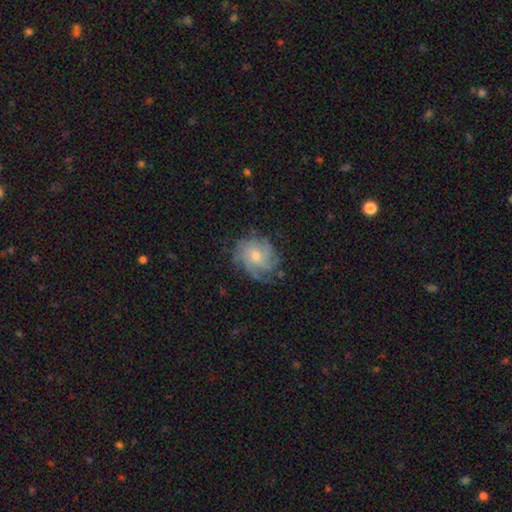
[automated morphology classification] smooth_or_featured: featured or disk (p=0.74) [alt: smooth p=0.16]
disk_edge_on: no (p=0.97) [alt: yes p=0.03]
bar: no (p=0.73) [alt: weak p=0.24]
has_spiral_arms: yes (p=0.94) [alt: no p=0.06]
spiral_winding: tight (p=0.54) [alt: medium p=0.34]
spiral_arm_count: can't tell (p=0.31) [alt: 4 p=0.26]
bulge_size: small (p=0.51) [alt: moderate p=0.44]
merging: none (p=0.74) [alt: minor disturbance p=0.17]